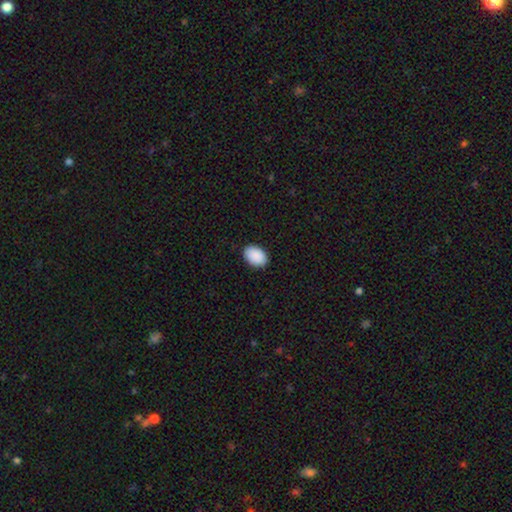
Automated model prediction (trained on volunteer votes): smooth-or-featured: smooth: 91% | star or artifact: 6% | featured or disk: 2%
  how-rounded: in between: 81% | round: 18% | cigar-shaped: 1%
  merging: none: 89% | minor disturbance: 9% | major disturbance: 2% | merger: 1%